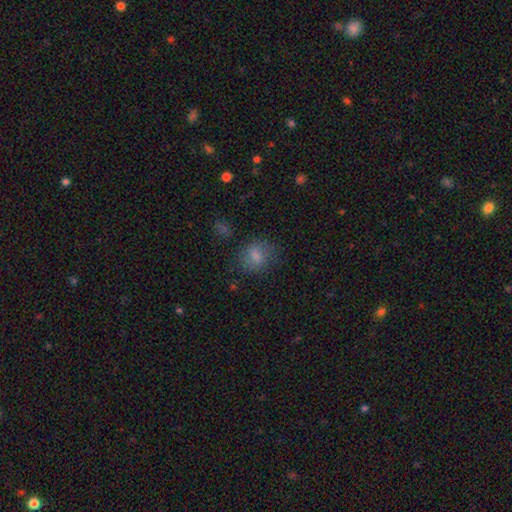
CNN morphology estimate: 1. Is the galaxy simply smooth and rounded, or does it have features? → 76% smooth, 12% featured or disk, 12% star or artifact.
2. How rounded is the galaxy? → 60% round, 39% in between, 1% cigar-shaped.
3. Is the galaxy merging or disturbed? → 73% none, 18% minor disturbance, 7% major disturbance, 3% merger.